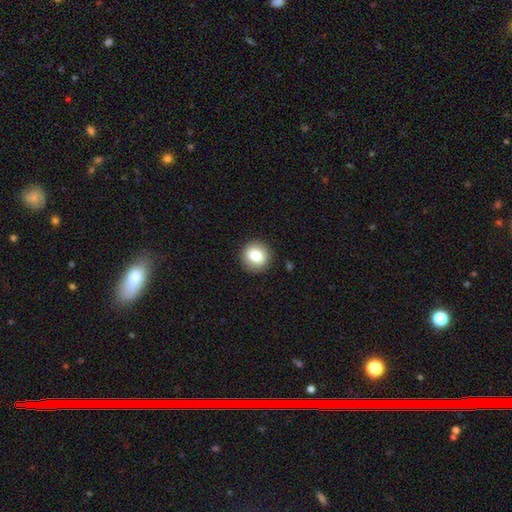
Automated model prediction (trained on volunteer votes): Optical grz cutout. It shows a smooth galaxy with no disk features (79%) that is round (93%). Merging: none (91%).